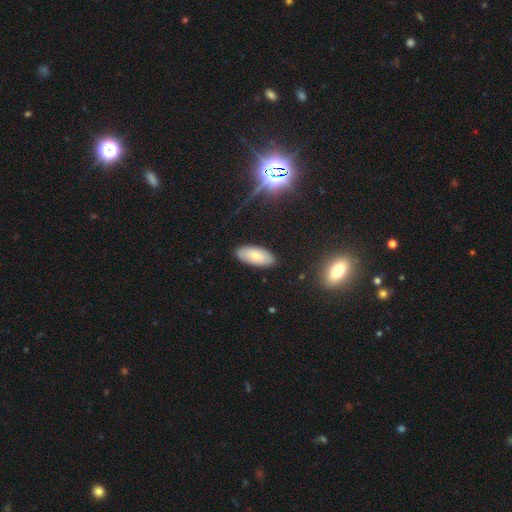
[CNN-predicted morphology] The model was most divided on "smooth or featured": smooth: 73%, featured or disk: 18%, star or artifact: 8%. More confident: how rounded — in between (90%); merging — none (86%).